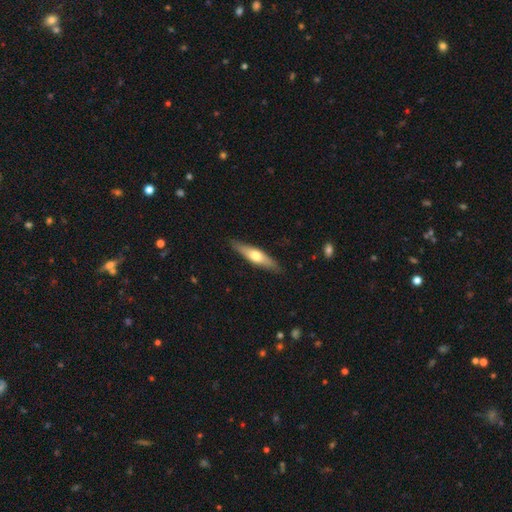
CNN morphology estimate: Smooth or featured? featured or disk (48%)
Merging? none (88%)